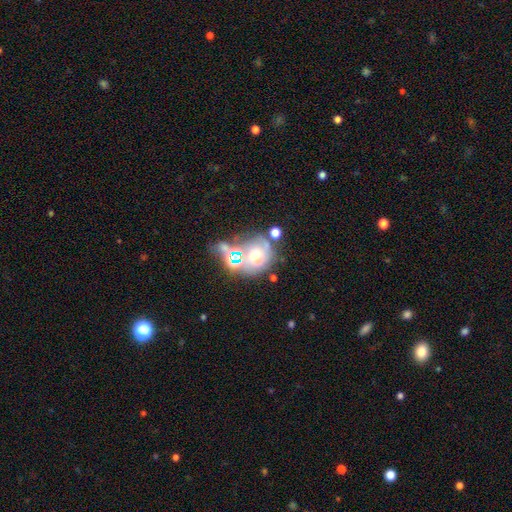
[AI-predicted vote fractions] A smooth galaxy with no disk features (40%). Merging: none (37%).